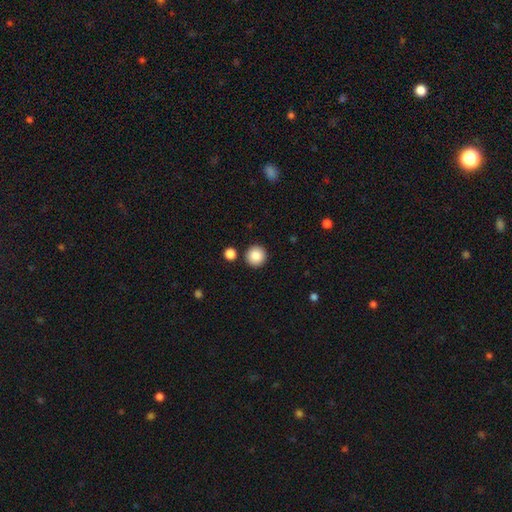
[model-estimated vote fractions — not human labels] smooth 87%, star or artifact 8%, featured or disk 4%. Down the decision tree: how rounded — round (95%); merging — none (90%).